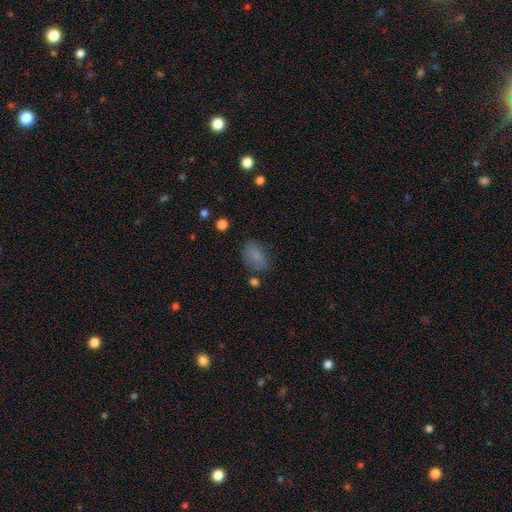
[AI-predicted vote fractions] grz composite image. It shows a smooth galaxy with no disk features (78%) that is in between round and cigar-shaped (86%). Merging: none (66%).